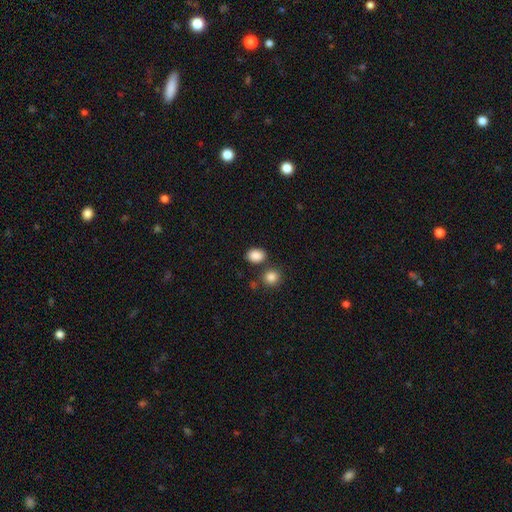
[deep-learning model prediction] smooth 87%, star or artifact 9%, featured or disk 4%. Down the decision tree: how rounded — in between (66%); merging — none (75%).